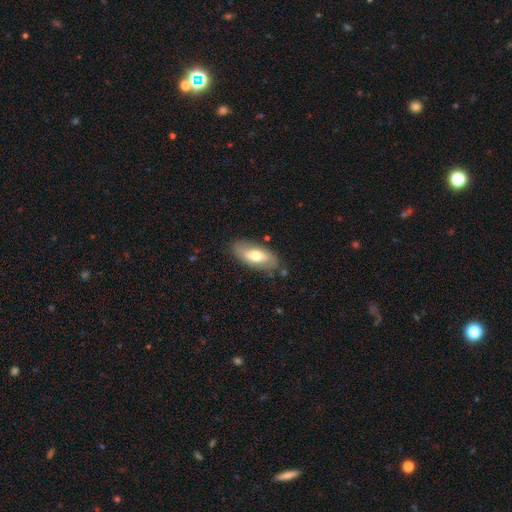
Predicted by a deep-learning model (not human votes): Smooth or featured? Predicted: smooth (p=0.57). How rounded? Predicted: in between (p=0.82). Merging? Predicted: none (p=0.79).